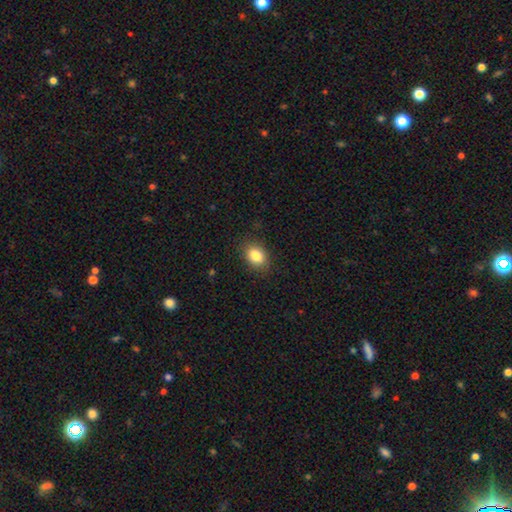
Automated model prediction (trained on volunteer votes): smooth_or_featured: smooth (p=0.85) [alt: star or artifact p=0.09]
how_rounded: in between (p=0.72) [alt: round p=0.27]
merging: none (p=0.86) [alt: minor disturbance p=0.11]